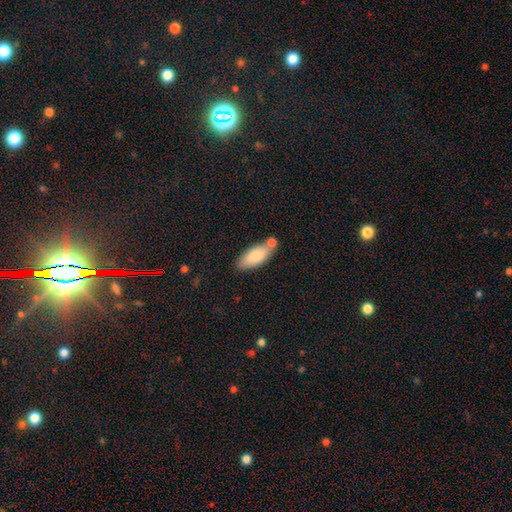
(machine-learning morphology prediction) This appears to be a smooth galaxy with no disk features (79%) that is in between round and cigar-shaped (83%). Merging: none (59%).